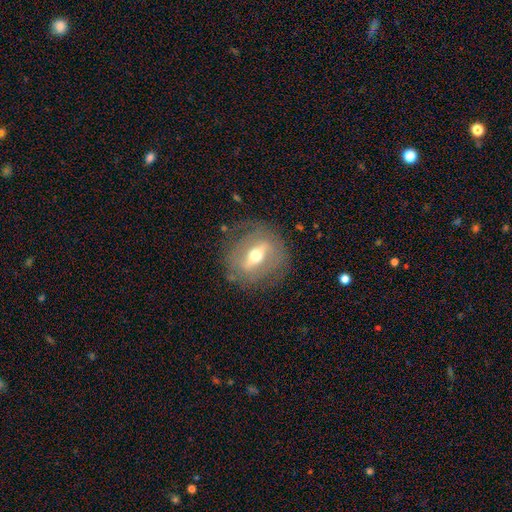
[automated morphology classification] Smooth or featured? Predicted: featured or disk (p=0.74). Edge-on disk? Predicted: no (p=0.63). Merging? Predicted: none (p=0.79).